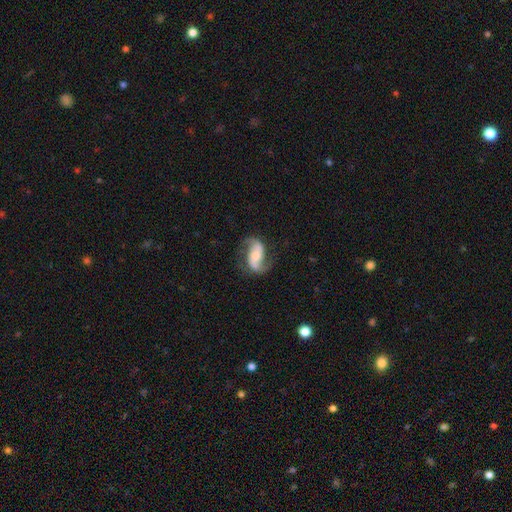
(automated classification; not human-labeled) featured or disk 81%, smooth 13%, star or artifact 6%. Down the decision tree: edge-on disk — no (96%); bar — no (42%); spiral arms — yes (95%); spiral arm count — 2 (91%); spiral winding — loose (54%); bulge size — moderate (46%); merging — none (72%).